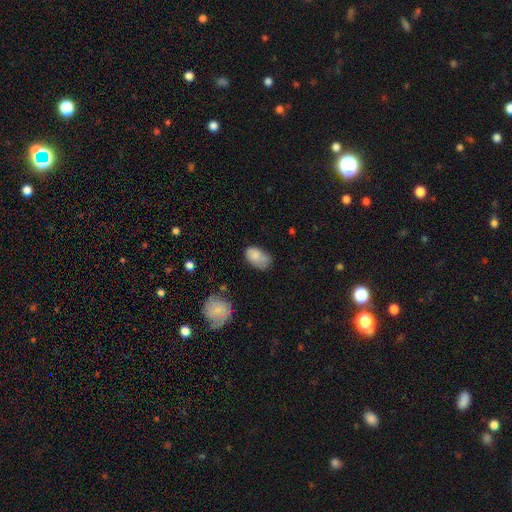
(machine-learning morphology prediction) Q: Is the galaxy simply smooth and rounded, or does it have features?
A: smooth — 79%.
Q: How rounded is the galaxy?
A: in between — 91%.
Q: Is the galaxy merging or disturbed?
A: none — 45%.